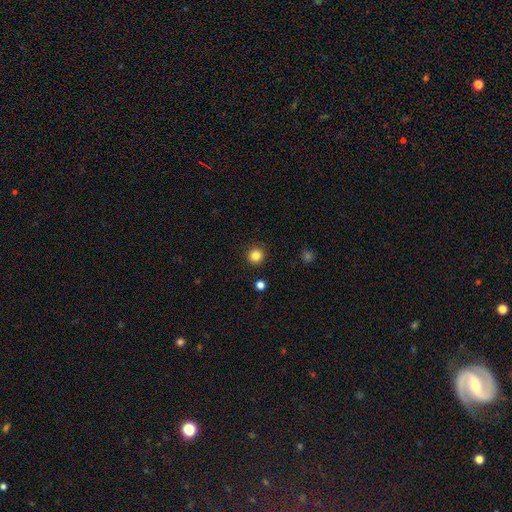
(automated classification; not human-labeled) Morphology: type=smooth (84%); roundness=round (95%); merging=none (92%).